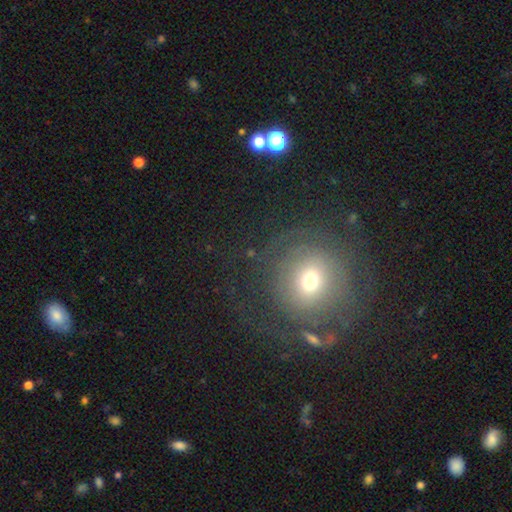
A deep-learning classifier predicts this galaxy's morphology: Q: Smooth or featured?
A: smooth (43%); runner-up: featured or disk (38%)
Q: Merging?
A: none (73%); runner-up: minor disturbance (12%)